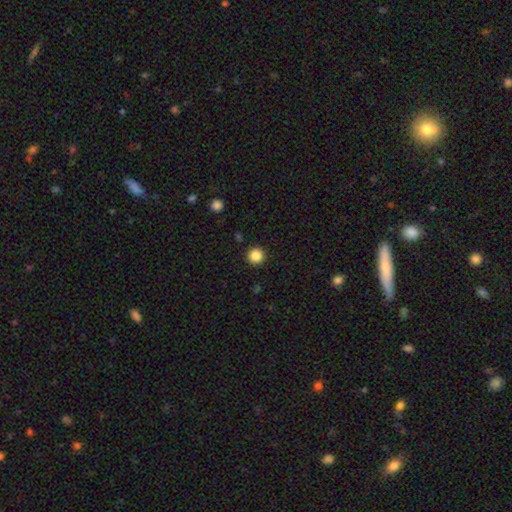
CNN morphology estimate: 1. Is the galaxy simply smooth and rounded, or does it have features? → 86% smooth, 11% star or artifact, 3% featured or disk.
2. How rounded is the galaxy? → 96% round, 3% in between, 1% cigar-shaped.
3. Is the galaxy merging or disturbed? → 93% none, 4% minor disturbance, 2% major disturbance, 1% merger.